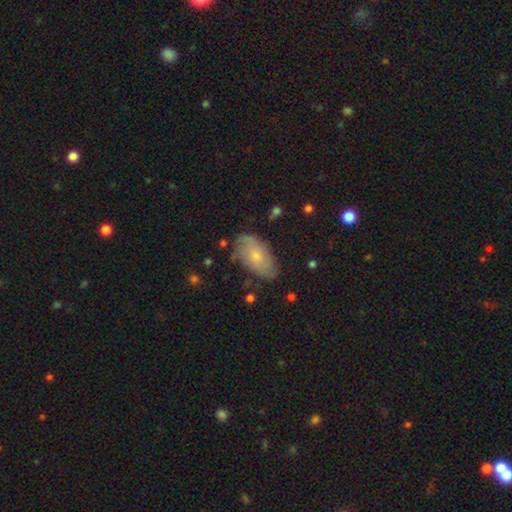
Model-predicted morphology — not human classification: A smooth galaxy with no disk features (51%) that is in between round and cigar-shaped (92%).

Vote fractions:
- Smooth or featured? smooth: 51% / featured or disk: 42% / star or artifact: 8%
- How rounded? in between: 92% / round: 4% / cigar-shaped: 3%
- Merging? none: 68% / minor disturbance: 24% / major disturbance: 7% / merger: 2%